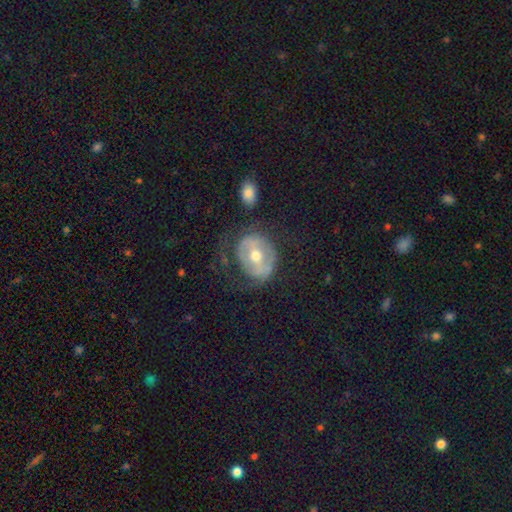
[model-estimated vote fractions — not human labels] Smooth or featured? featured or disk (64%)
Edge-on disk? no (94%)
Bar? strong (42%)
Spiral arms? no (60%)
Bulge size? moderate (73%)
Merging? none (54%)